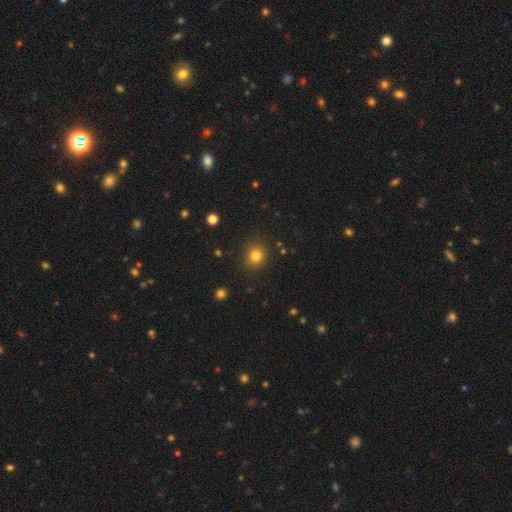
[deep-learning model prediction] Overall: smooth (81%). How rounded: round (83%). Merging: none (87%).